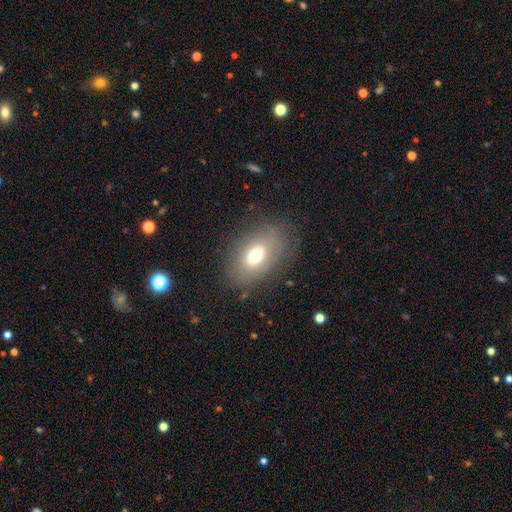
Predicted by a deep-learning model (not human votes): This appears to be a smooth galaxy with no disk features (66%) that is in between round and cigar-shaped (85%). Merging: none (74%).